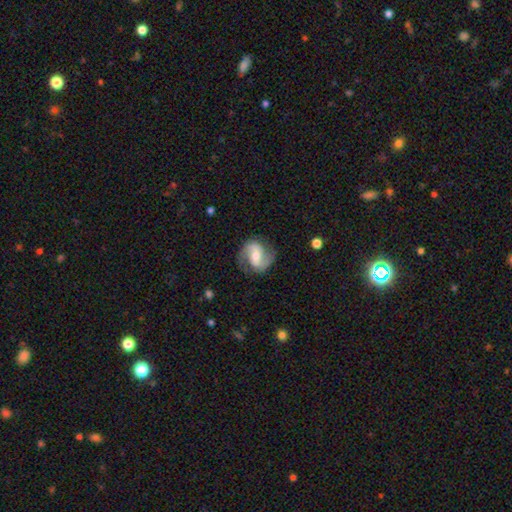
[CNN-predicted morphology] Overall: featured or disk (77%). Edge-on disk: no (97%). Bar: weak (43%; strong 29%). Spiral arms: yes (93%). Spiral arm count: 2 (90%). Spiral winding: medium (49%; loose 29%). Bulge size: moderate (57%; small 34%). Merging: none (77%).